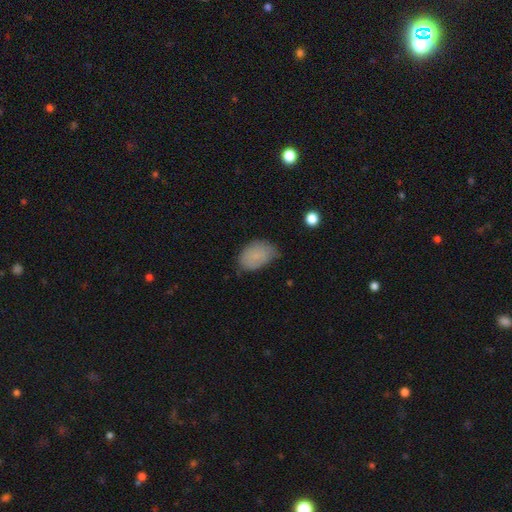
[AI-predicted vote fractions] The model was most divided on "merging": none: 55%, minor disturbance: 36%, major disturbance: 7%, merger: 2%. More confident: how rounded — in between (87%); smooth or featured — smooth (80%).